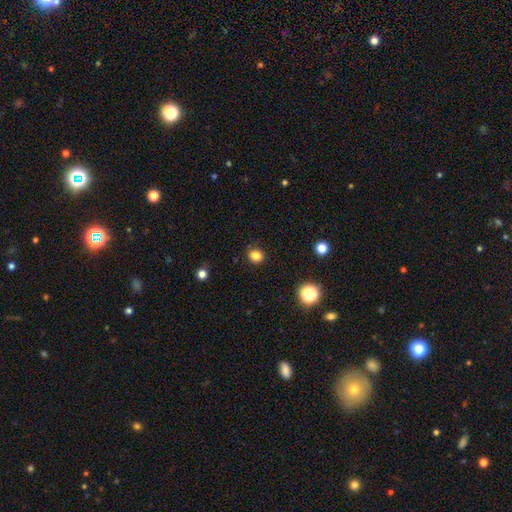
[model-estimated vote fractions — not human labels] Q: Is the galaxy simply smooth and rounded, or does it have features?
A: smooth — 83%.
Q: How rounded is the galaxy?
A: round — 79%.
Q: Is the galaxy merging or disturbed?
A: none — 87%.